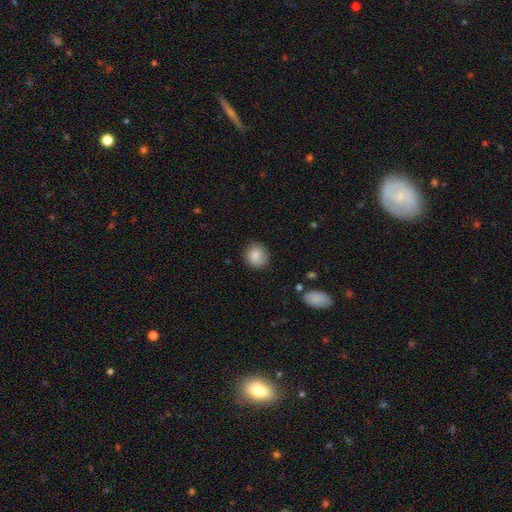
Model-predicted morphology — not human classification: Q: Smooth or featured?
A: smooth (87%); runner-up: star or artifact (8%)
Q: How rounded?
A: round (84%); runner-up: in between (15%)
Q: Merging?
A: none (85%); runner-up: minor disturbance (11%)